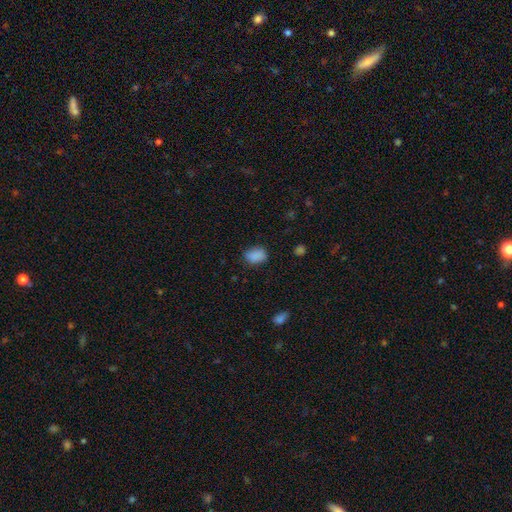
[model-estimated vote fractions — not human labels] Overall: smooth (85%). How rounded: in between (78%). Merging: none (73%).